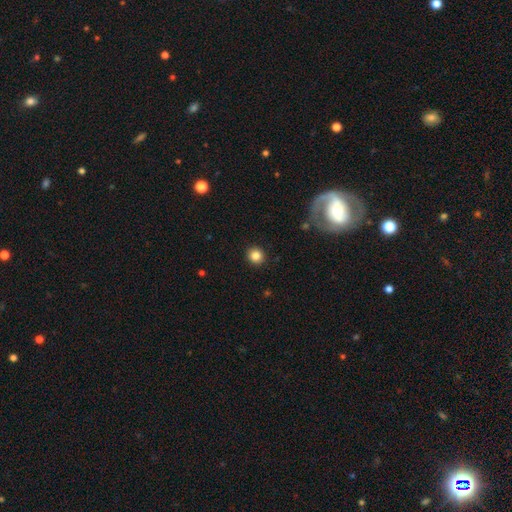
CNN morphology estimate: smooth_or_featured: smooth (p=0.83) [alt: star or artifact p=0.11]
how_rounded: round (p=0.90) [alt: in between p=0.09]
merging: none (p=0.92) [alt: minor disturbance p=0.05]